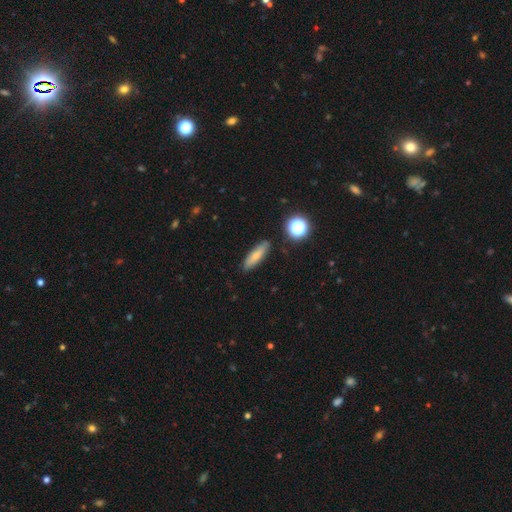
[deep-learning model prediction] Smooth or featured? Predicted: smooth (p=0.69). How rounded? Predicted: cigar-shaped (p=0.60). Merging? Predicted: none (p=0.83).